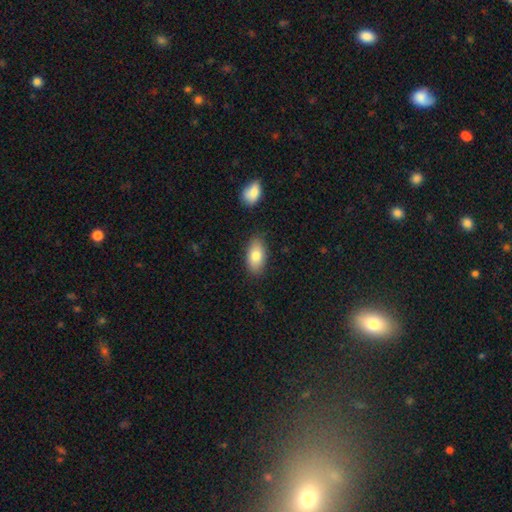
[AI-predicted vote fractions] smooth-or-featured: smooth: 81% | featured or disk: 13% | star or artifact: 7%
  how-rounded: in between: 92% | round: 4% | cigar-shaped: 3%
  merging: none: 84% | minor disturbance: 11% | merger: 3% | major disturbance: 2%